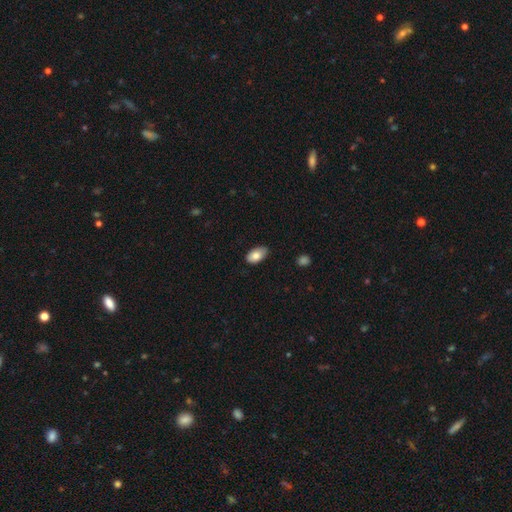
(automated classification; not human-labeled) smooth_or_featured: smooth (p=0.81) [alt: featured or disk p=0.12]
how_rounded: in between (p=0.94) [alt: round p=0.05]
merging: none (p=0.78) [alt: minor disturbance p=0.18]